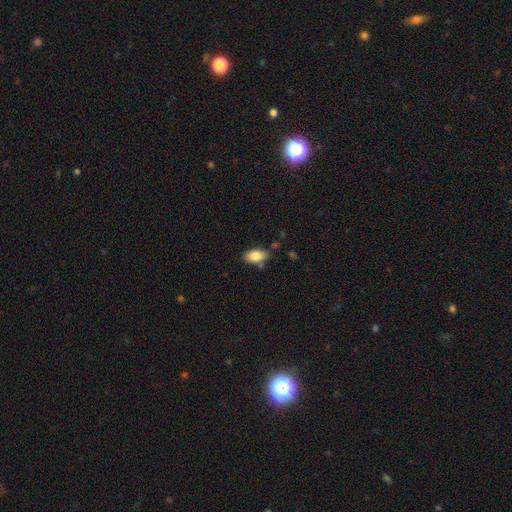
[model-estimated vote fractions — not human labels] Q: Smooth or featured?
A: smooth (83%); runner-up: featured or disk (10%)
Q: How rounded?
A: in between (92%); runner-up: round (5%)
Q: Merging?
A: none (78%); runner-up: minor disturbance (14%)